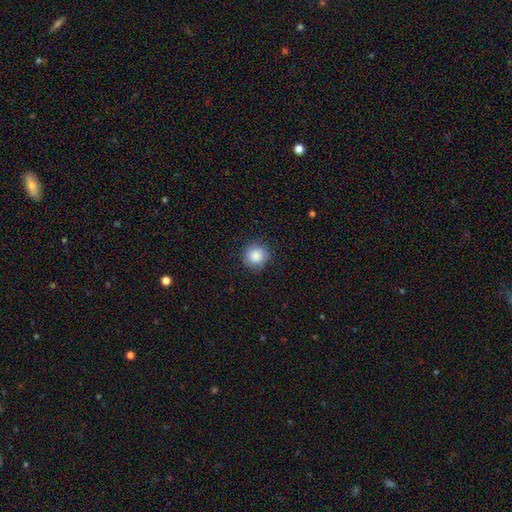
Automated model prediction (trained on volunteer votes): smooth_or_featured: smooth (p=0.86) [alt: star or artifact p=0.08]
how_rounded: round (p=0.91) [alt: in between p=0.08]
merging: none (p=0.84) [alt: minor disturbance p=0.12]